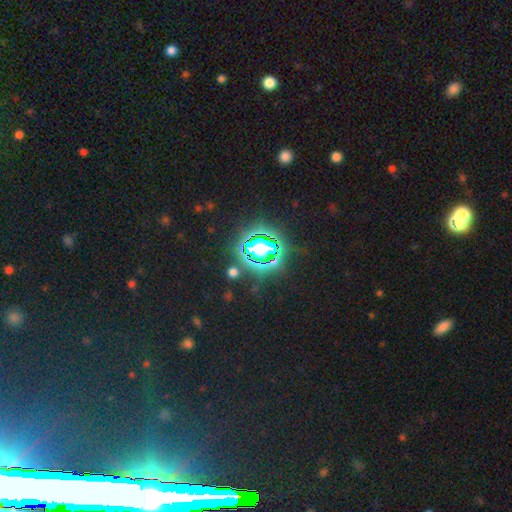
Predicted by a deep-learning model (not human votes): smooth-or-featured: star or artifact: 78% | smooth: 14% | featured or disk: 8%